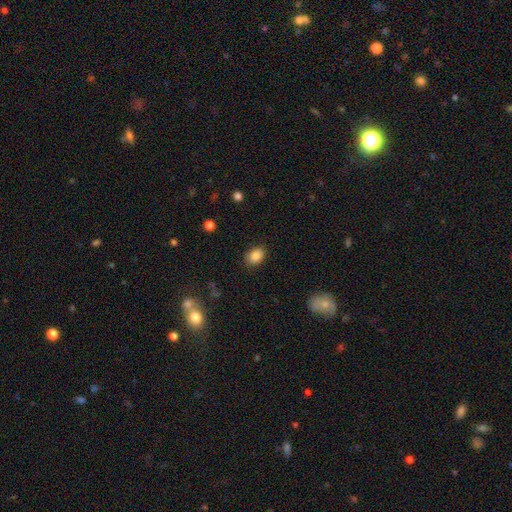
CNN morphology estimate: Q: Smooth or featured?
A: smooth (87%); runner-up: star or artifact (9%)
Q: How rounded?
A: in between (75%); runner-up: round (24%)
Q: Merging?
A: none (85%); runner-up: minor disturbance (11%)